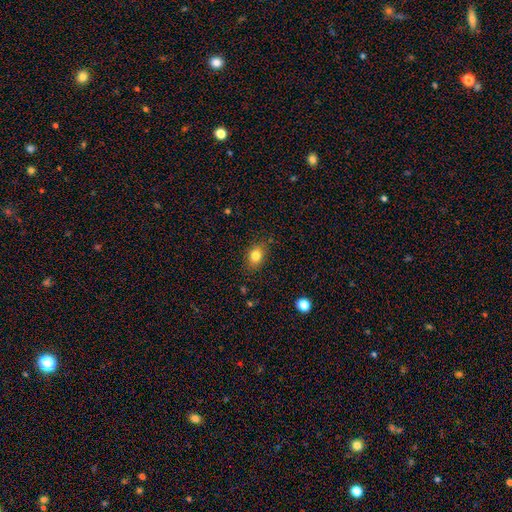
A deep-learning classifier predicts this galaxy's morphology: smooth-or-featured: smooth: 81% | star or artifact: 11% | featured or disk: 8%
  how-rounded: in between: 61% | round: 37% | cigar-shaped: 1%
  merging: none: 81% | minor disturbance: 14% | major disturbance: 3% | merger: 1%